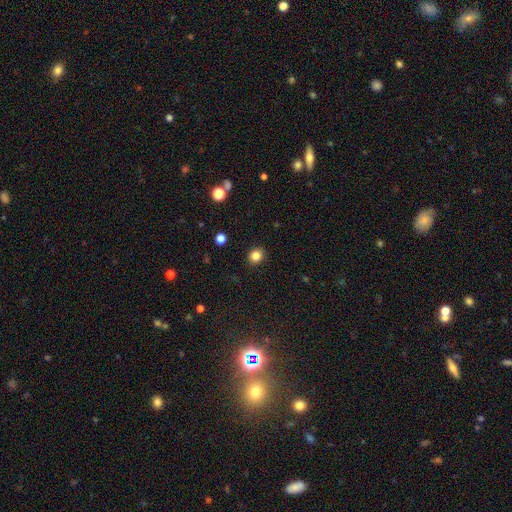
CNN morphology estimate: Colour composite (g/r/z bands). It shows a smooth galaxy with no disk features (84%) that is round (82%). Merging: none (91%).